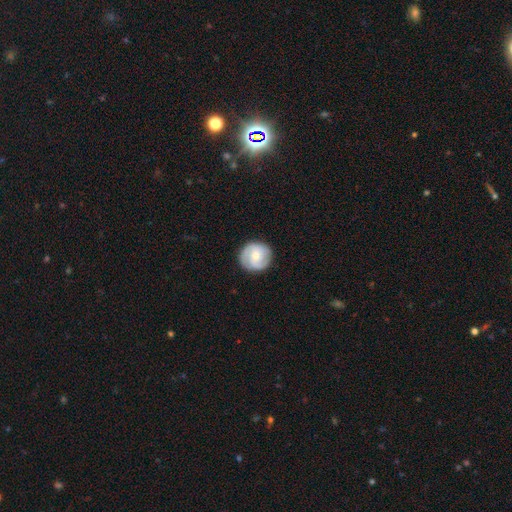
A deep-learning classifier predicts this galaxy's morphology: Overall: featured or disk (59%; smooth 35%). Edge-on disk: no (97%). Bar: no (63%; weak 30%). Spiral arms: yes (86%). Bulge size: moderate (49%; small 47%). Merging: none (85%).